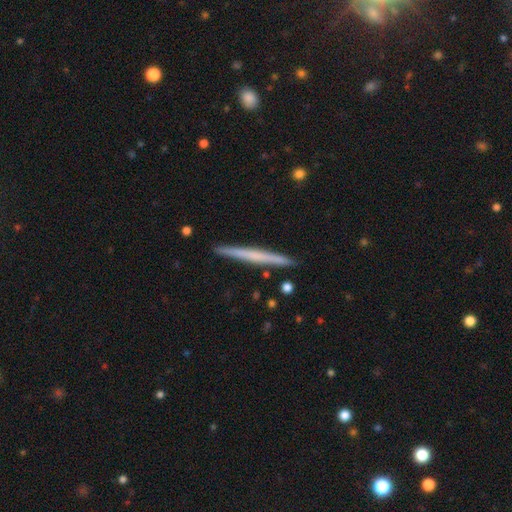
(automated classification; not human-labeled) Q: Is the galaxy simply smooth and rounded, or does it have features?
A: featured or disk — 48%.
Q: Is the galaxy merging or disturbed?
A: none — 92%.